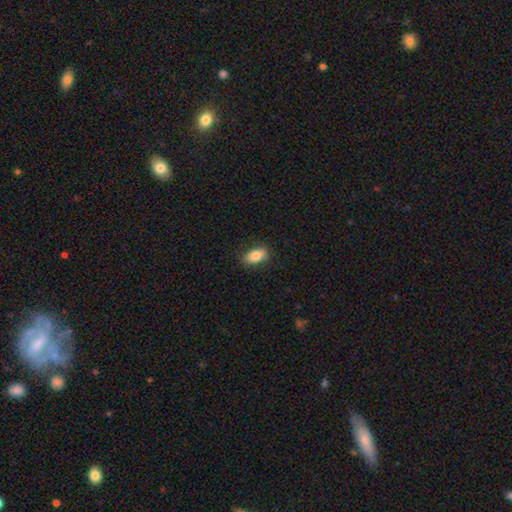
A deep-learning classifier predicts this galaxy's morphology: type=smooth (82%); roundness=in between (90%); merging=none (83%).